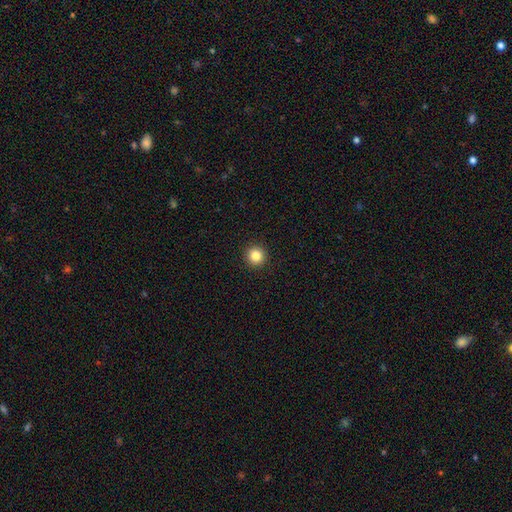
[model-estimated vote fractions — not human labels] smooth-or-featured: smooth: 84% | star or artifact: 11% | featured or disk: 5%
  how-rounded: round: 95% | in between: 4% | cigar-shaped: 1%
  merging: none: 93% | minor disturbance: 4% | major disturbance: 1% | merger: 1%